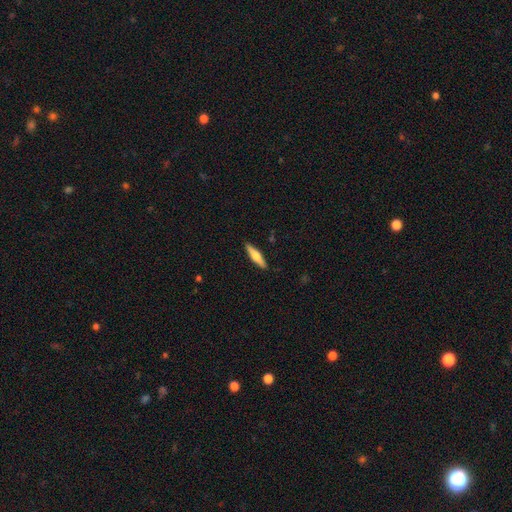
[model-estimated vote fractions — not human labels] A smooth galaxy with no disk features (50%) that is cigar-shaped (77%). Merging: none (90%).